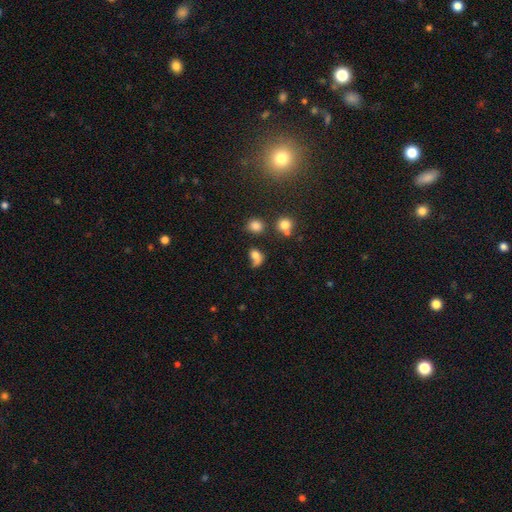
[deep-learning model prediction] Smooth or featured? Predicted: smooth (p=0.67). How rounded? Predicted: in between (p=0.60). Merging? Predicted: none (p=0.30).